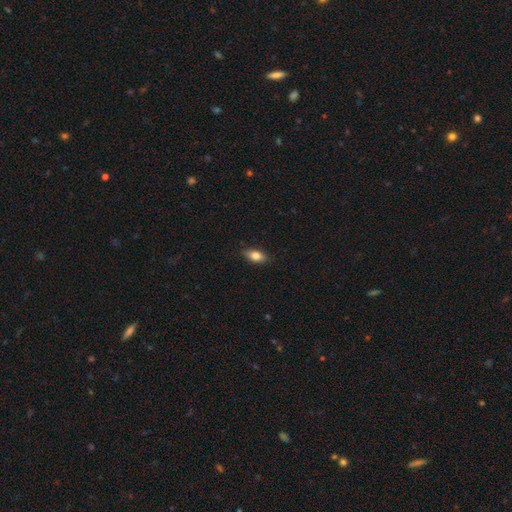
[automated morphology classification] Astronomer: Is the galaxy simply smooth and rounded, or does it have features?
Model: smooth — 80%.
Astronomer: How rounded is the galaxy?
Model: in between — 85%.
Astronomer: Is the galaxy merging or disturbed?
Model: none — 87%.